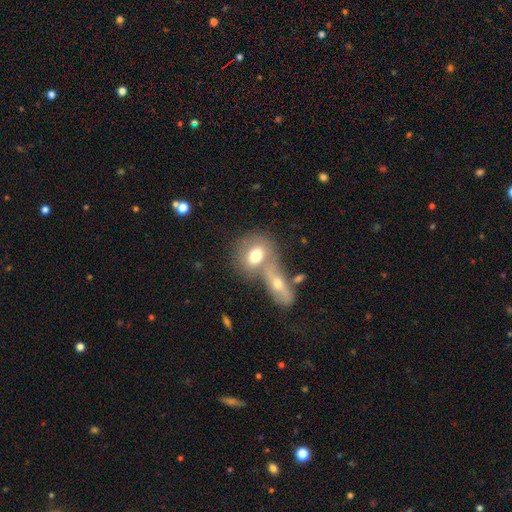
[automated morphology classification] Smooth or featured: smooth — 68% (featured or disk — 24%)
How rounded: in between — 62% (round — 34%)
Merging: merger — 50% (none — 36%)